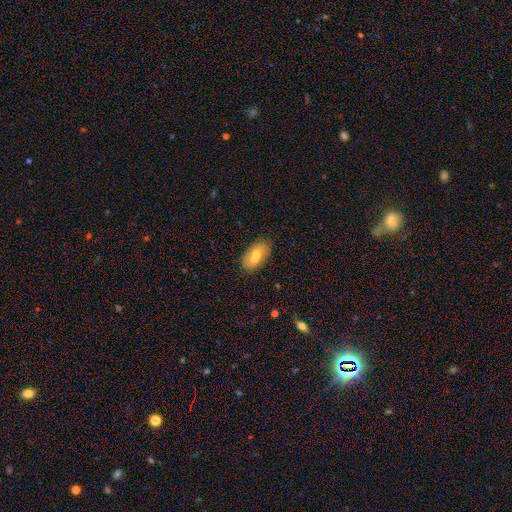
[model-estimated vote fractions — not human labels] smooth_or_featured: smooth (p=0.74) [alt: featured or disk p=0.19]
how_rounded: in between (p=0.92) [alt: cigar-shaped p=0.05]
merging: none (p=0.84) [alt: minor disturbance p=0.12]